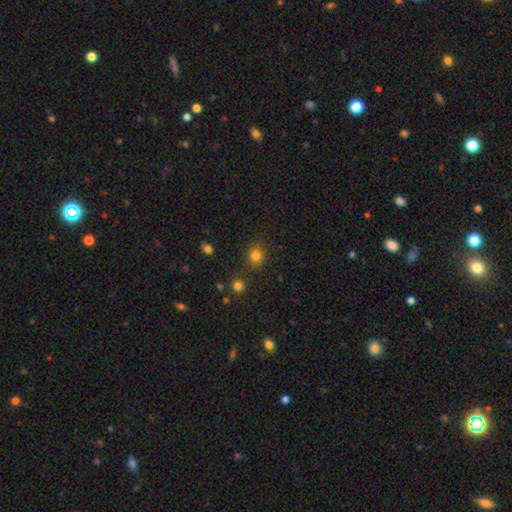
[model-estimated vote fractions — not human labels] The model was most divided on "smooth or featured": smooth: 80%, star or artifact: 15%, featured or disk: 5%. More confident: how rounded — round (82%); merging — none (78%).